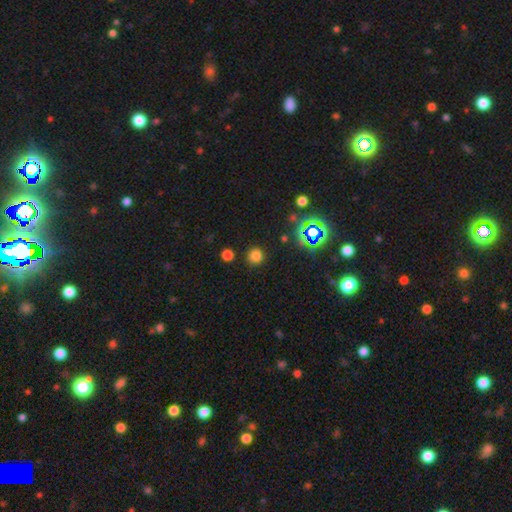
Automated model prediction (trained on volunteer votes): smooth 76%, star or artifact 20%, featured or disk 5%. Down the decision tree: how rounded — round (92%); merging — none (87%).